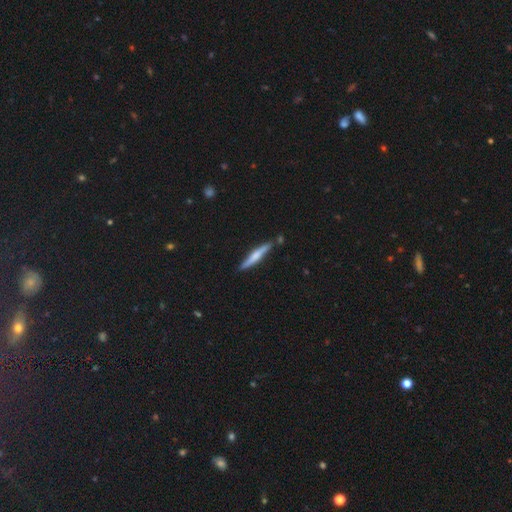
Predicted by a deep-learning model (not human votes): Smooth or featured?
  - smooth: 49% *
  - featured or disk: 46%
  - star or artifact: 5%
Merging?
  - none: 82% *
  - minor disturbance: 11%
  - merger: 4%
  - major disturbance: 2%